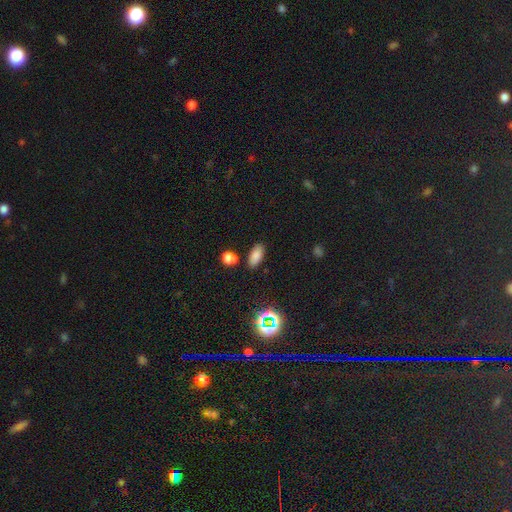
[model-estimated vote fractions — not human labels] Smooth or featured? smooth (78%)
How rounded? in between (87%)
Merging? none (80%)